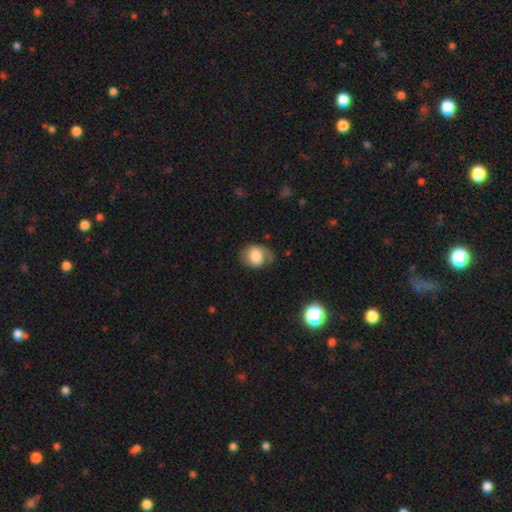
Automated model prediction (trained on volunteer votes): This is likely a smooth galaxy (68%). How rounded: possibly in between (55%). Merging: possibly none (51%).